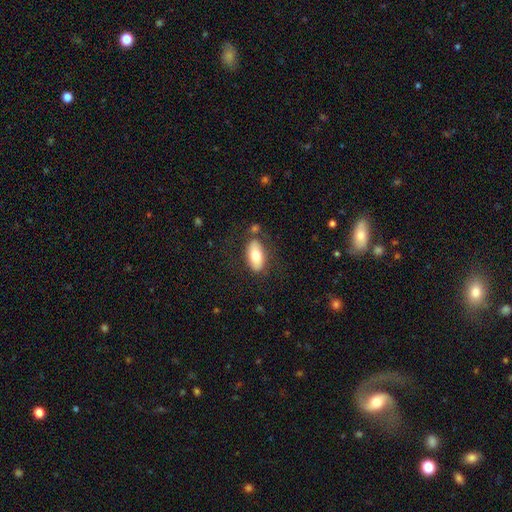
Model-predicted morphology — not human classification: Overall: smooth (74%). How rounded: in between (89%). Merging: none (75%).